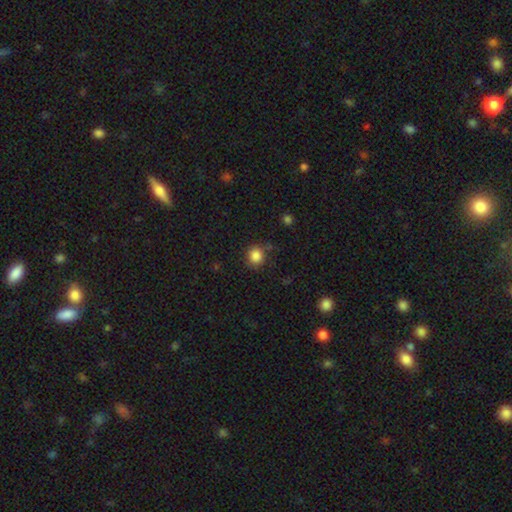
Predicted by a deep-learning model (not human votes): Smooth or featured? smooth (85%)
How rounded? round (88%)
Merging? none (82%)